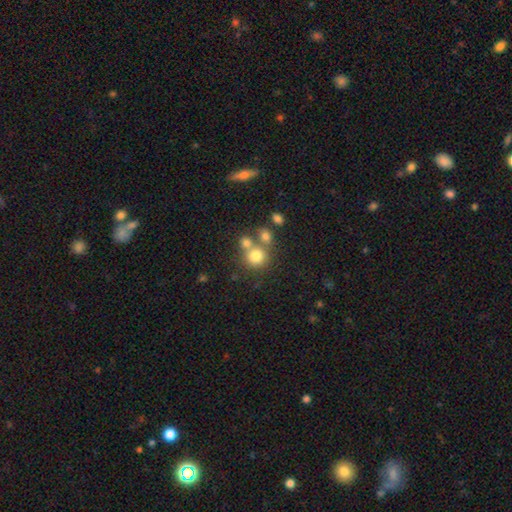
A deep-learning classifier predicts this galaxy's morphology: Smooth or featured? Predicted: smooth (p=0.74). How rounded? Predicted: round (p=0.86). Merging? Predicted: none (p=0.53).